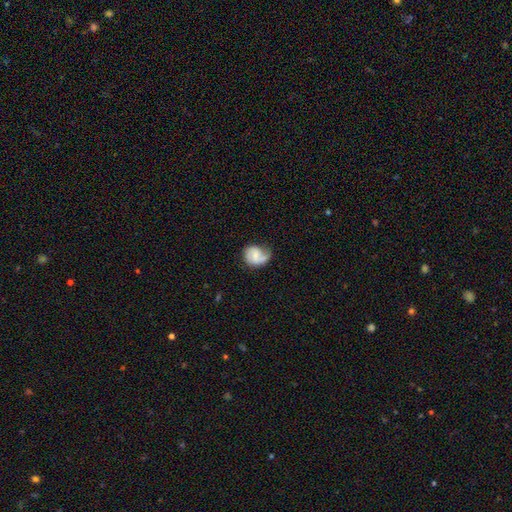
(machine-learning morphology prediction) Smooth or featured: featured or disk — 63% (smooth — 30%)
Edge-on disk: no — 98% (yes — 2%)
Bar: weak — 45% (no — 44%)
Spiral arms: yes — 92% (no — 8%)
Spiral winding: medium — 44% (loose — 29%)
Spiral arm count: 2 — 64% (1 — 26%)
Bulge size: small — 44% (moderate — 27%)
Merging: none — 57% (minor disturbance — 28%)